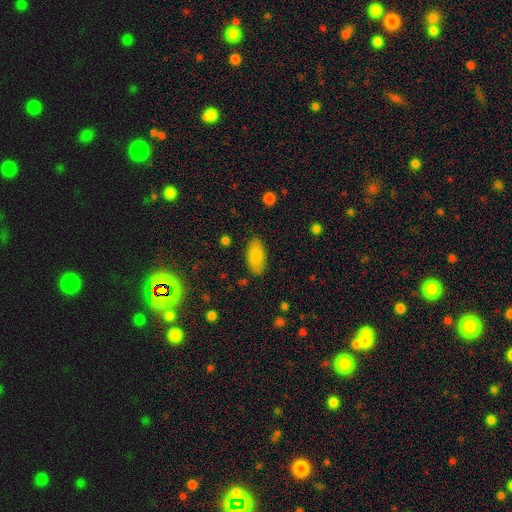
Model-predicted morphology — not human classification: Smooth or featured? smooth (85%)
How rounded? in between (92%)
Merging? none (85%)